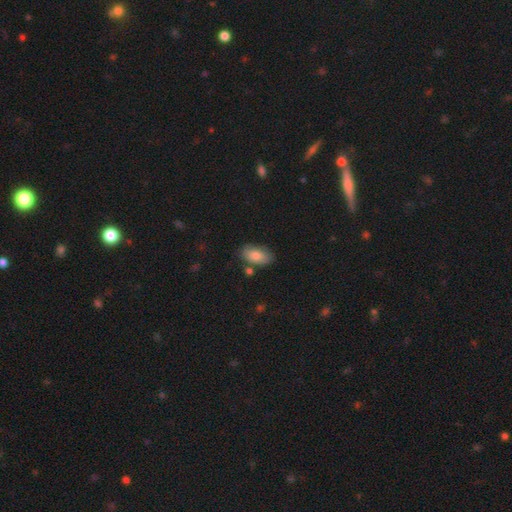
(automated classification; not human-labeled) smooth_or_featured: smooth (p=0.84) [alt: featured or disk p=0.10]
how_rounded: in between (p=0.93) [alt: round p=0.03]
merging: none (p=0.75) [alt: minor disturbance p=0.16]